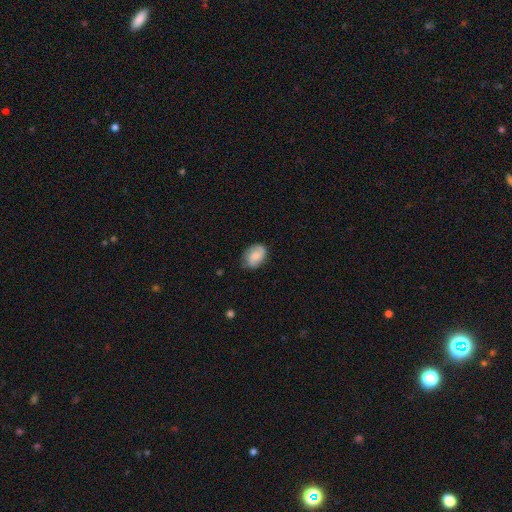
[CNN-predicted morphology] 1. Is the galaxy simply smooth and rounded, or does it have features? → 56% smooth, 36% featured or disk, 8% star or artifact.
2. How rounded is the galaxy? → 75% in between, 23% round, 1% cigar-shaped.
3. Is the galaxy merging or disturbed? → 72% none, 22% minor disturbance, 5% major disturbance, 1% merger.